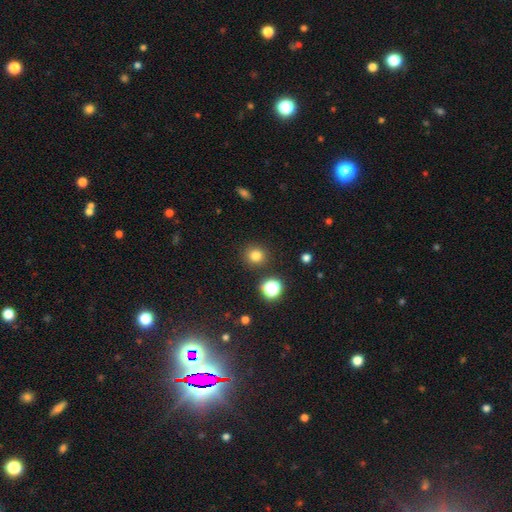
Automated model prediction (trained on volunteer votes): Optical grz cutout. It shows a smooth galaxy with no disk features (79%) that is round (89%). Merging: none (88%).